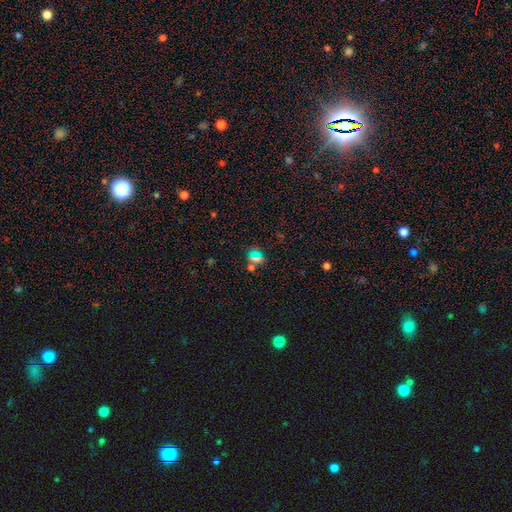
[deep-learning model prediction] A smooth galaxy with no disk features (54%) that is round (58%).

Vote fractions:
- Smooth or featured? smooth: 54% / star or artifact: 36% / featured or disk: 10%
- How rounded? round: 58% / in between: 37% / cigar-shaped: 5%
- Merging? none: 74% / minor disturbance: 11% / merger: 9% / major disturbance: 6%